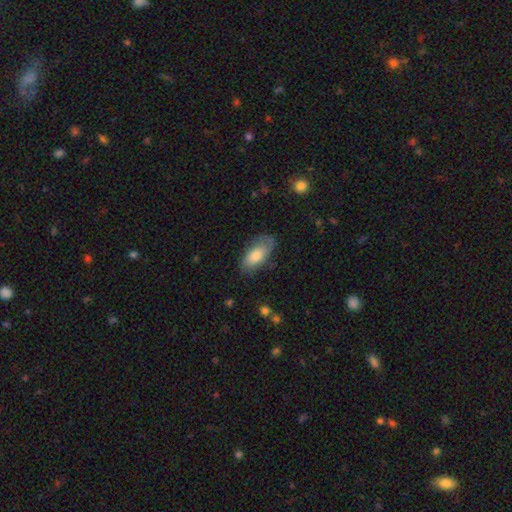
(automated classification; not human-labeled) Overall: smooth (69%). How rounded: in between (90%). Merging: none (69%).